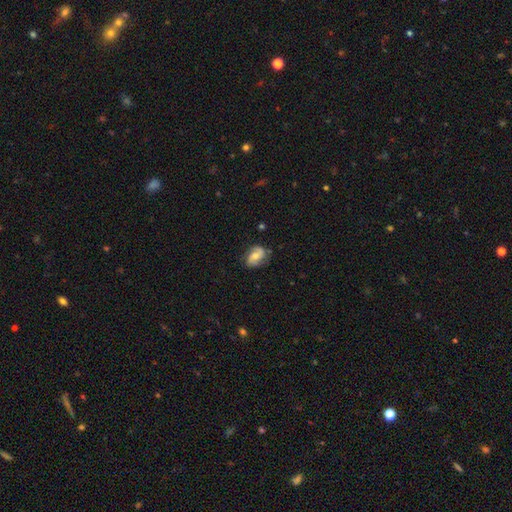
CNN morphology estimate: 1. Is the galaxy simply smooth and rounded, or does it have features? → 53% featured or disk, 39% smooth, 8% star or artifact.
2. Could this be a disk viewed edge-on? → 96% no, 4% yes.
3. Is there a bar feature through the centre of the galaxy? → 57% no, 33% weak, 11% strong.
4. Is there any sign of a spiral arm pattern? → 86% yes, 14% no.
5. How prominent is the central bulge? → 61% moderate, 29% small, 6% large, 3% none, 1% dominant.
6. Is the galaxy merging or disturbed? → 71% none, 21% minor disturbance, 6% major disturbance, 2% merger.